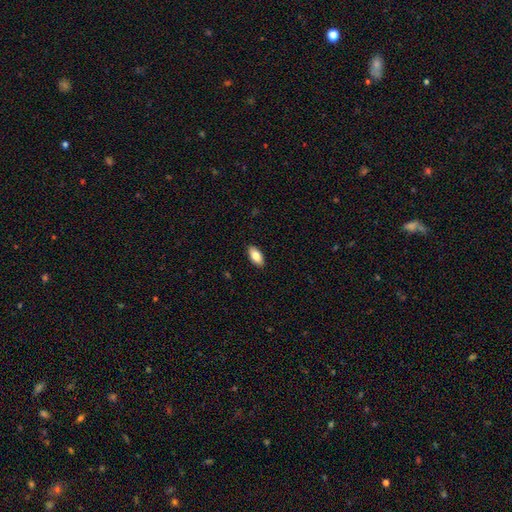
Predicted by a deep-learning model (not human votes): This appears to be a smooth galaxy with no disk features (81%) that is in between round and cigar-shaped (91%). Merging: none (90%).